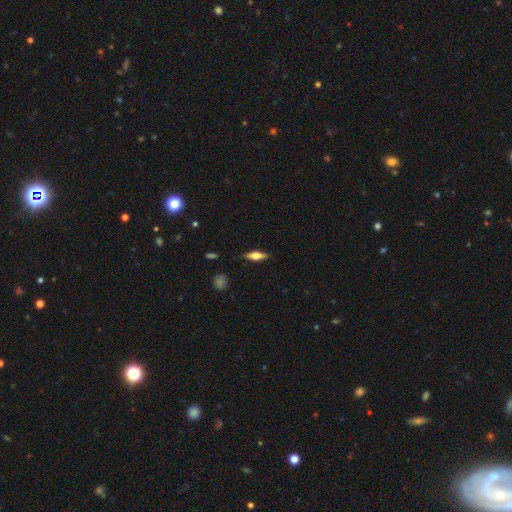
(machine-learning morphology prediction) Smooth or featured? featured or disk (47%)
Merging? none (86%)